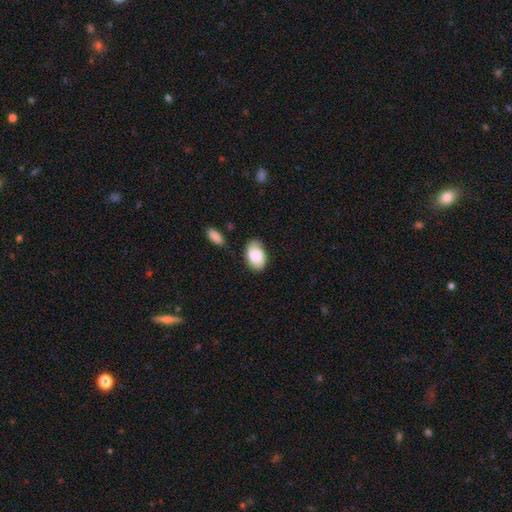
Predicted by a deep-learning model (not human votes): Smooth or featured? Predicted: smooth (p=0.77). How rounded? Predicted: in between (p=0.89). Merging? Predicted: none (p=0.74).